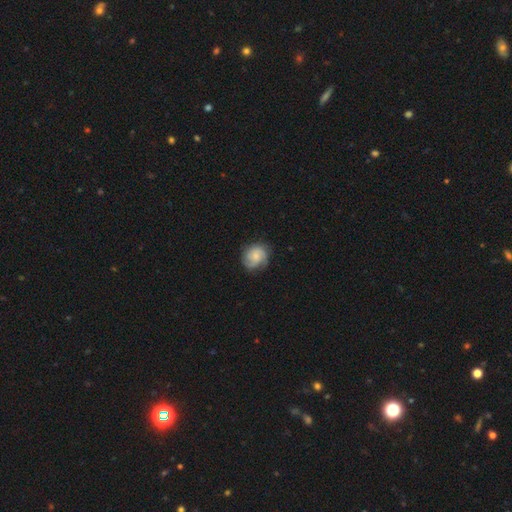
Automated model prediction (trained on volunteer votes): Smooth or featured: featured or disk — 61% (smooth — 32%)
Edge-on disk: no — 98% (yes — 2%)
Bar: no — 71% (weak — 26%)
Spiral arms: yes — 93% (no — 7%)
Spiral winding: tight — 45% (medium — 40%)
Spiral arm count: 3 — 34% (2 — 31%)
Bulge size: small — 52% (moderate — 32%)
Merging: none — 72% (minor disturbance — 20%)